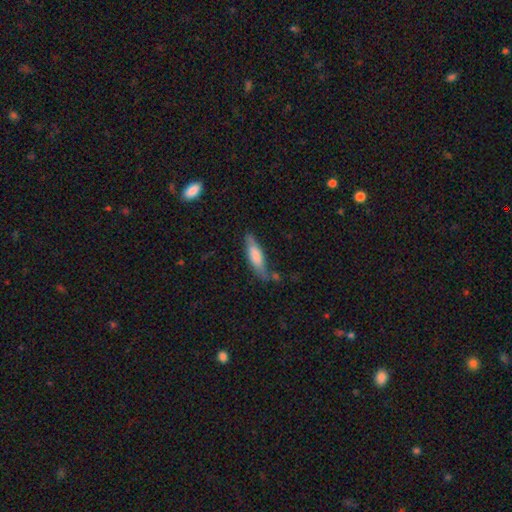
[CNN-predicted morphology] smooth-or-featured: smooth: 71% | featured or disk: 23% | star or artifact: 6%
  how-rounded: cigar-shaped: 60% | in between: 38% | round: 2%
  merging: none: 60% | minor disturbance: 26% | major disturbance: 7% | merger: 7%